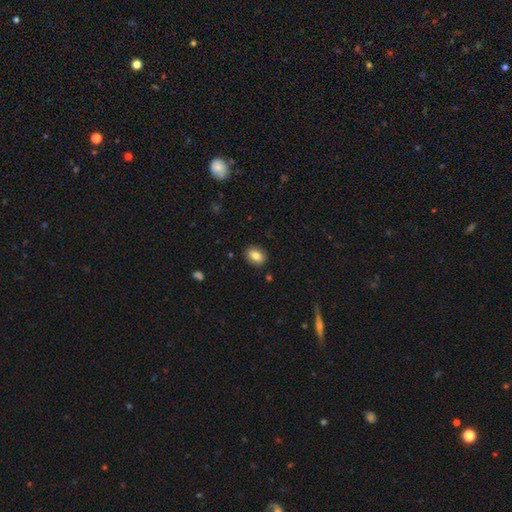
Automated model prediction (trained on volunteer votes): This appears to be a smooth galaxy with no disk features (83%) that is in between round and cigar-shaped (77%). Merging: none (88%).